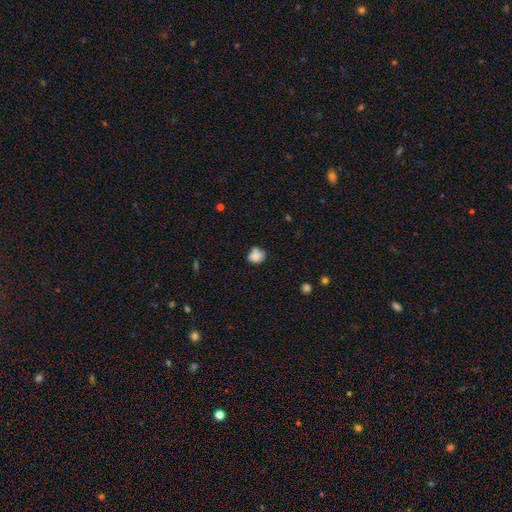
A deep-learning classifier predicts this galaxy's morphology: This is clearly a smooth galaxy (81%). How rounded: likely round (63%). Merging: possibly none (52%).